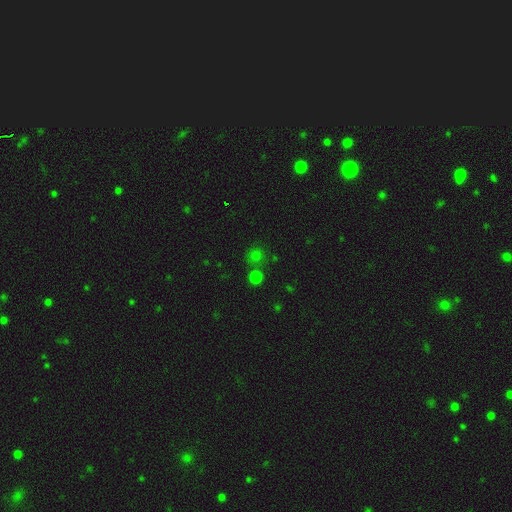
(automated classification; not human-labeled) smooth-or-featured: smooth: 65% | star or artifact: 29% | featured or disk: 6%
  how-rounded: round: 89% | in between: 10% | cigar-shaped: 1%
  merging: none: 70% | merger: 17% | minor disturbance: 9% | major disturbance: 4%